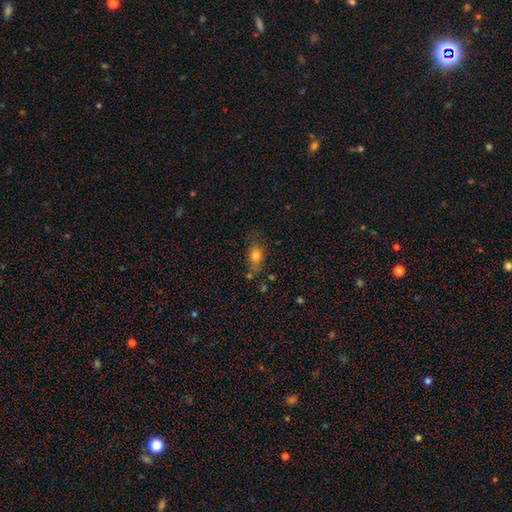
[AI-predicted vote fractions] This appears to be a smooth galaxy with no disk features (74%) that is in between round and cigar-shaped (70%). Merging: none (57%).